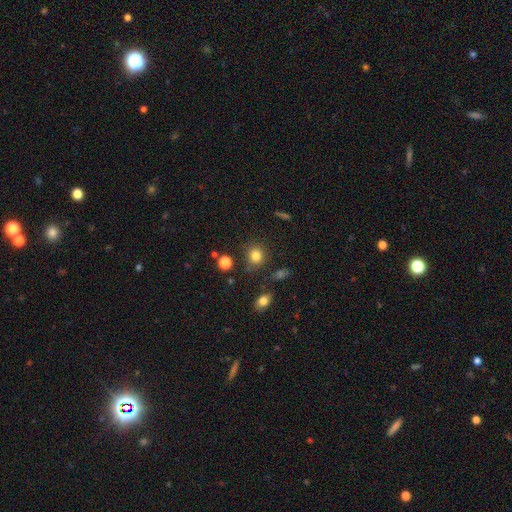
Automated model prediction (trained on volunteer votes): smooth-or-featured: smooth: 81% | star or artifact: 13% | featured or disk: 6%
  how-rounded: round: 84% | in between: 15% | cigar-shaped: 1%
  merging: none: 81% | minor disturbance: 11% | merger: 4% | major disturbance: 4%